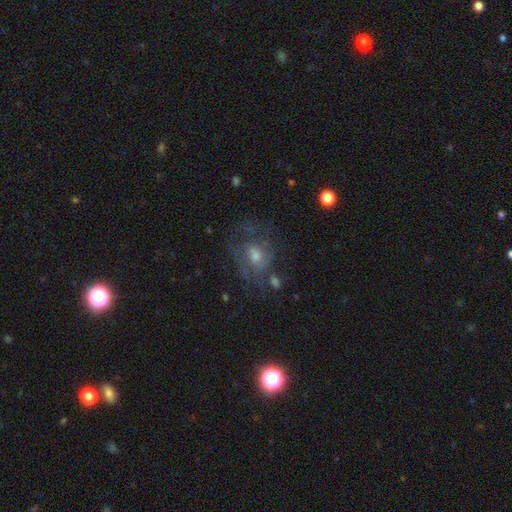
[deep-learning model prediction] Smooth or featured?
  - featured or disk: 57% *
  - smooth: 26%
  - star or artifact: 17%
Edge-on disk?
  - no: 96% *
  - yes: 4%
Bar?
  - no: 69% *
  - weak: 27%
  - strong: 5%
Spiral arms?
  - yes: 66% *
  - no: 34%
Bulge size?
  - moderate: 50% *
  - small: 36%
  - large: 7%
  - none: 5%
  - dominant: 2%
Merging?
  - none: 53% *
  - major disturbance: 22%
  - minor disturbance: 20%
  - merger: 5%